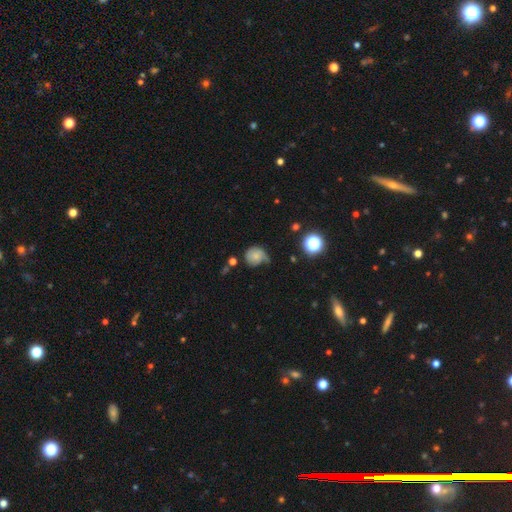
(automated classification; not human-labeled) Smooth or featured? smooth (54%)
How rounded? round (77%)
Merging? none (39%)